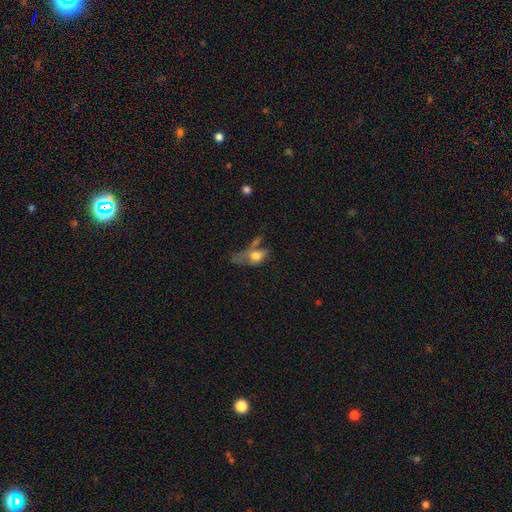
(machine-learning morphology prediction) smooth-or-featured: smooth: 62% | featured or disk: 26% | star or artifact: 11%
  how-rounded: in between: 74% | round: 17% | cigar-shaped: 10%
  merging: major disturbance: 33% | merger: 27% | none: 23% | minor disturbance: 17%